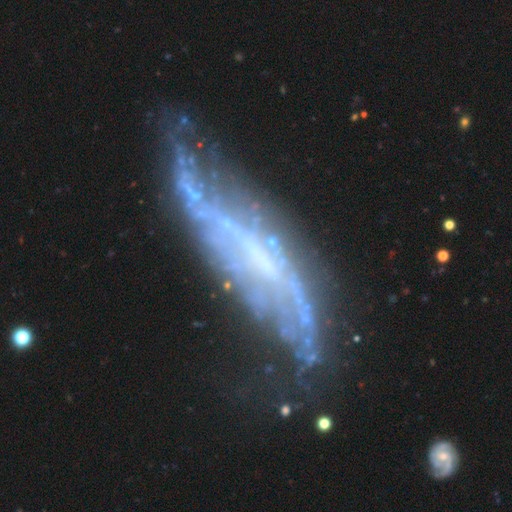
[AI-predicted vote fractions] smooth-or-featured: featured or disk: 78% | smooth: 12% | star or artifact: 10%
  disk-edge-on: no: 52% | yes: 48%
  merging: none: 48% | minor disturbance: 24% | major disturbance: 22% | merger: 5%